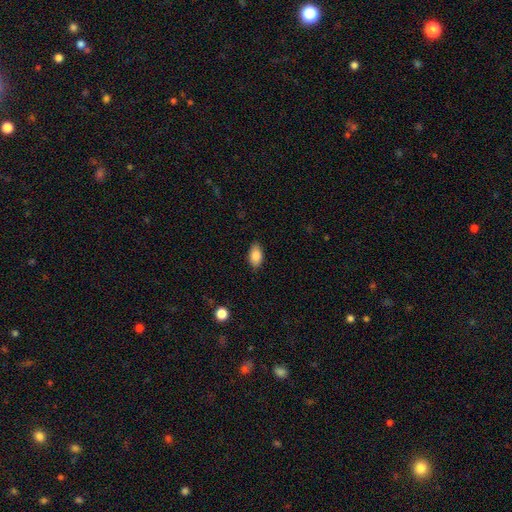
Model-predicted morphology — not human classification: smooth_or_featured: smooth (p=0.85) [alt: featured or disk p=0.08]
how_rounded: in between (p=0.92) [alt: round p=0.05]
merging: none (p=0.85) [alt: minor disturbance p=0.12]